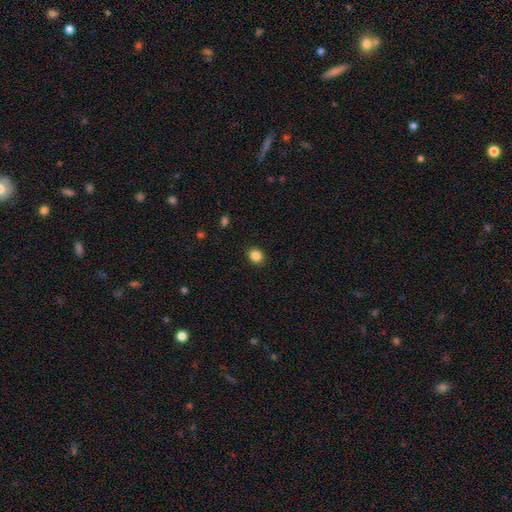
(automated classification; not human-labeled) Smooth or featured?
  - smooth: 86% *
  - star or artifact: 10%
  - featured or disk: 4%
How rounded?
  - round: 70% *
  - in between: 29%
  - cigar-shaped: 1%
Merging?
  - none: 91% *
  - minor disturbance: 6%
  - major disturbance: 2%
  - merger: 1%